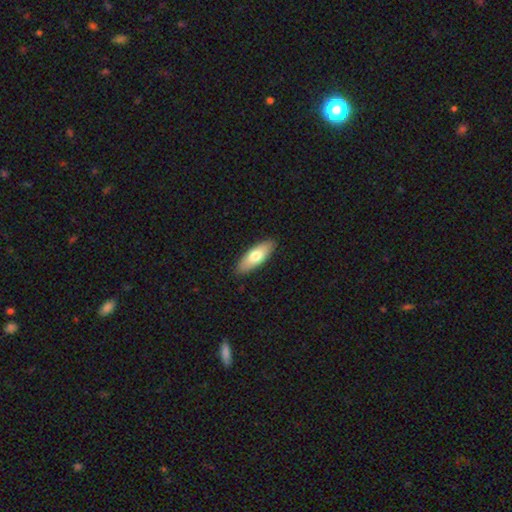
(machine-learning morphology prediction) smooth_or_featured: smooth (p=0.72) [alt: featured or disk p=0.23]
how_rounded: in between (p=0.66) [alt: cigar-shaped p=0.32]
merging: none (p=0.89) [alt: minor disturbance p=0.09]